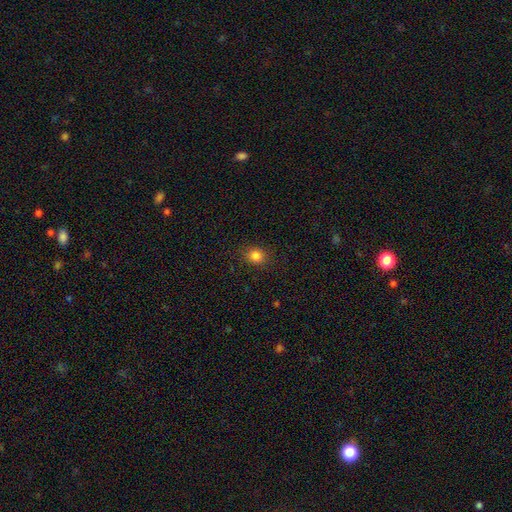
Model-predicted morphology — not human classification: Smooth or featured?
  - smooth: 83% *
  - star or artifact: 12%
  - featured or disk: 5%
How rounded?
  - round: 74% *
  - in between: 25%
  - cigar-shaped: 1%
Merging?
  - none: 88% *
  - minor disturbance: 8%
  - major disturbance: 3%
  - merger: 1%